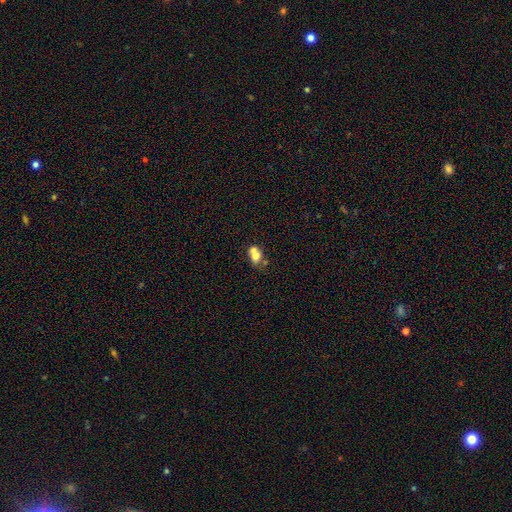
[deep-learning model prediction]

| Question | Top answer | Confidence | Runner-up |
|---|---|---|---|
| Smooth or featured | smooth | 67% | featured or disk (22%) |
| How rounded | round | 50% | in between (48%) |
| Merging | merger | 55% | none (31%) |